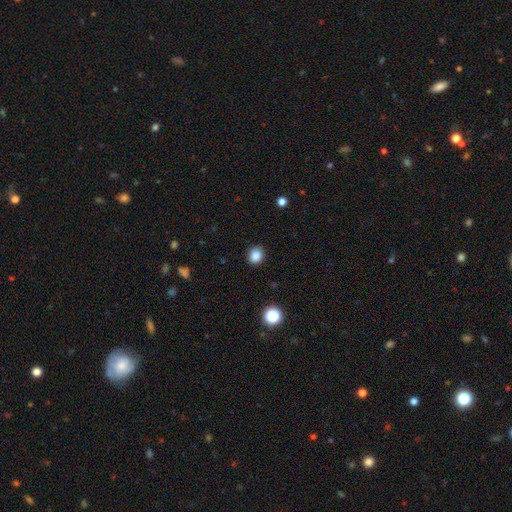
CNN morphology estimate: This appears to be a smooth galaxy with no disk features (86%) that is round (80%). Merging: none (89%).